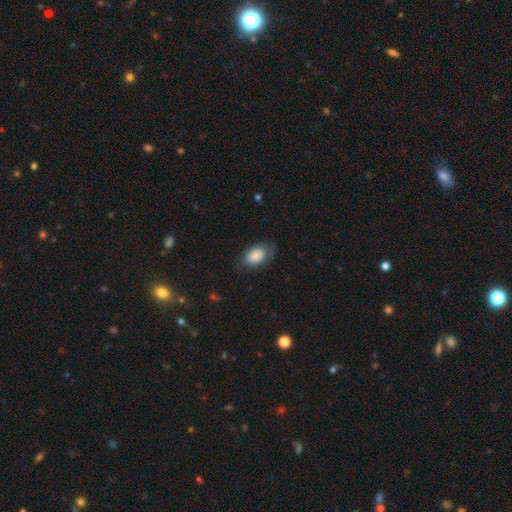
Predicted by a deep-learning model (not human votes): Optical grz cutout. It shows a smooth galaxy with no disk features (84%) that is in between round and cigar-shaped (91%). Merging: none (71%).